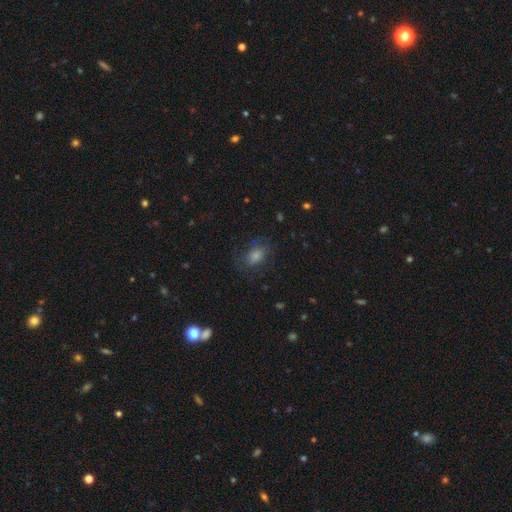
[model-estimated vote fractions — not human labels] A smooth galaxy with no disk features (64%) that is in between round and cigar-shaped (78%). Merging: none (58%).